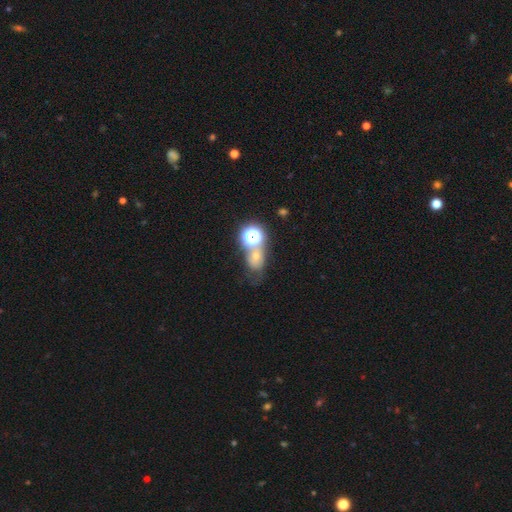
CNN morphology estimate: smooth-or-featured: star or artifact: 42% | smooth: 39% | featured or disk: 19%